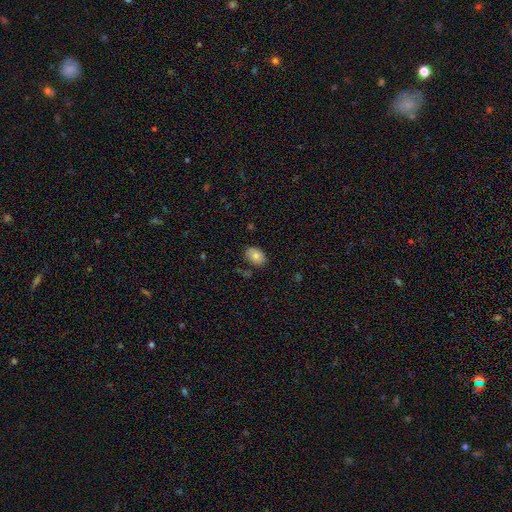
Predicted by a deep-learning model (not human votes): smooth_or_featured: smooth (p=0.81) [alt: featured or disk p=0.11]
how_rounded: in between (p=0.81) [alt: round p=0.18]
merging: none (p=0.80) [alt: minor disturbance p=0.15]